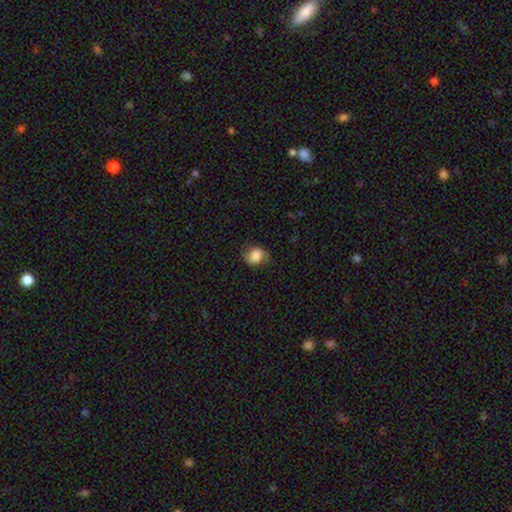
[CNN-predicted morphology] Smooth or featured? Predicted: smooth (p=0.57). How rounded? Predicted: round (p=0.58). Merging? Predicted: none (p=0.71).